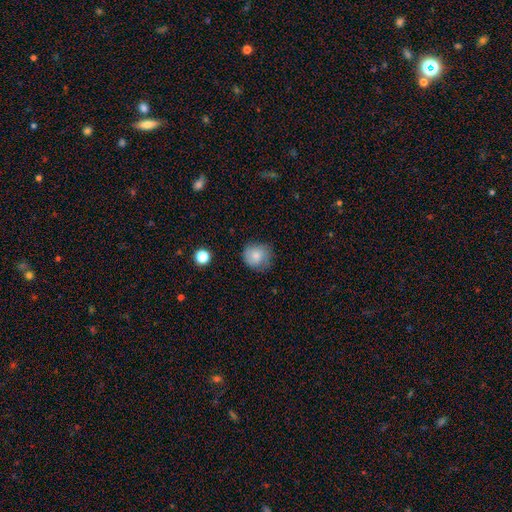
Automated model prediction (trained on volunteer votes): smooth_or_featured: smooth (p=0.78) [alt: featured or disk p=0.13]
how_rounded: round (p=0.84) [alt: in between p=0.15]
merging: none (p=0.67) [alt: minor disturbance p=0.25]